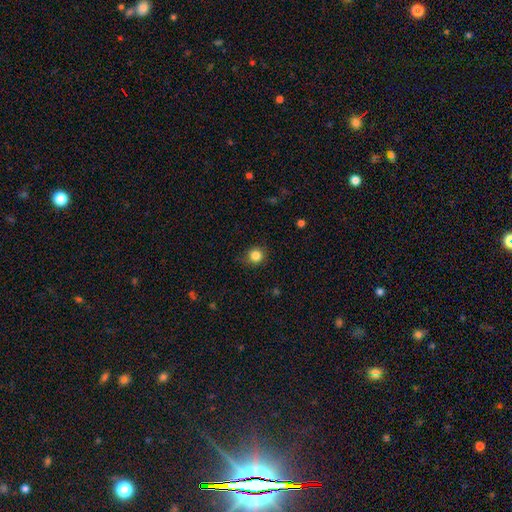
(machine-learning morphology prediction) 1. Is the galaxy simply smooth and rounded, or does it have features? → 84% smooth, 11% star or artifact, 5% featured or disk.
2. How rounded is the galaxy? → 89% round, 10% in between, 1% cigar-shaped.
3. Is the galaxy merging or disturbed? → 85% none, 11% minor disturbance, 3% major disturbance, 1% merger.